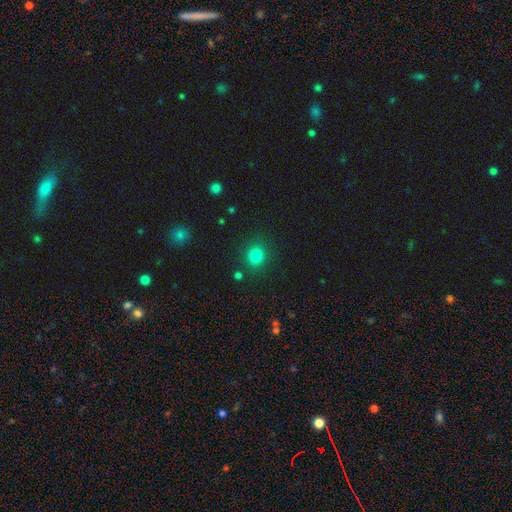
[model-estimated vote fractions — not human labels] A smooth galaxy with no disk features (82%) that is round (84%).

Vote fractions:
- Smooth or featured? smooth: 82% / star or artifact: 13% / featured or disk: 5%
- How rounded? round: 84% / in between: 15% / cigar-shaped: 1%
- Merging? none: 86% / minor disturbance: 8% / major disturbance: 3% / merger: 3%